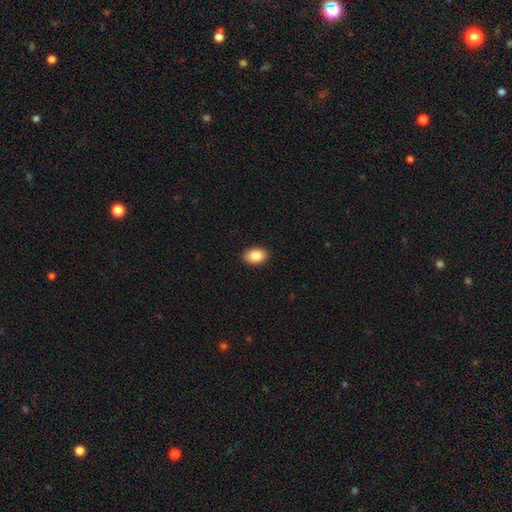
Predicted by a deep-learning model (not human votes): Overall: smooth (86%). How rounded: in between (85%). Merging: none (91%).